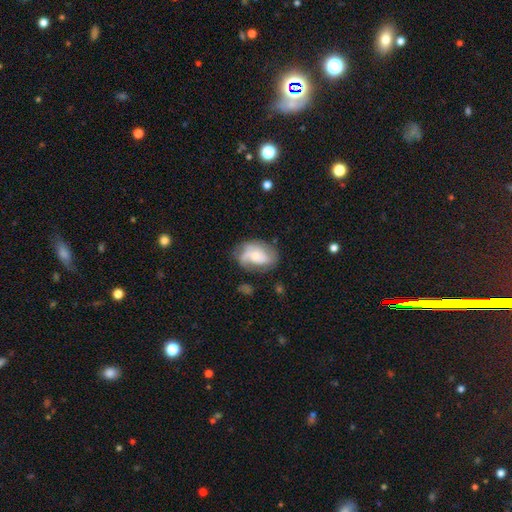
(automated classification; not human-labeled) Q: Smooth or featured?
A: featured or disk (63%); runner-up: smooth (30%)
Q: Edge-on disk?
A: no (97%); runner-up: yes (3%)
Q: Bar?
A: no (66%); runner-up: weak (28%)
Q: Spiral arms?
A: yes (86%); runner-up: no (14%)
Q: Spiral winding?
A: medium (42%); runner-up: loose (32%)
Q: Spiral arm count?
A: 2 (46%); runner-up: can't tell (20%)
Q: Bulge size?
A: small (46%); runner-up: moderate (41%)
Q: Merging?
A: none (56%); runner-up: minor disturbance (26%)